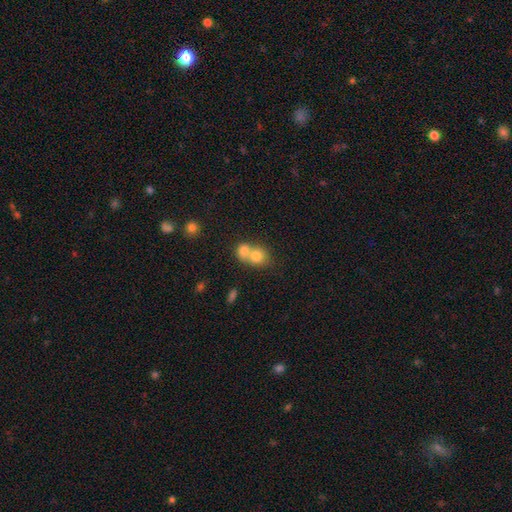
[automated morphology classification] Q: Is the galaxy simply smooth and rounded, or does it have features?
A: smooth — 77%.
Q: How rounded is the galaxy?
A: round — 72%.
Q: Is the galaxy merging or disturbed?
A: merger — 64%.